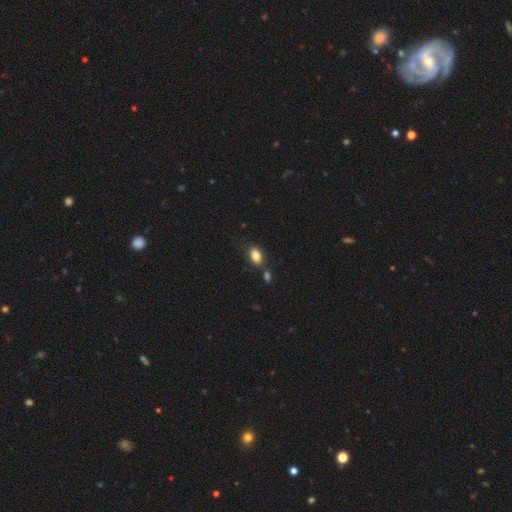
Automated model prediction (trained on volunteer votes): Smooth or featured? Predicted: smooth (p=0.84). How rounded? Predicted: in between (p=0.88). Merging? Predicted: none (p=0.66).